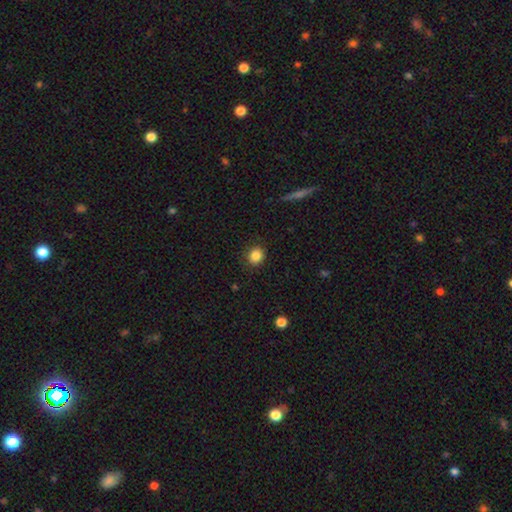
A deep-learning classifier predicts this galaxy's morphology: smooth 85%, star or artifact 10%, featured or disk 5%. Down the decision tree: how rounded — round (84%); merging — none (88%).